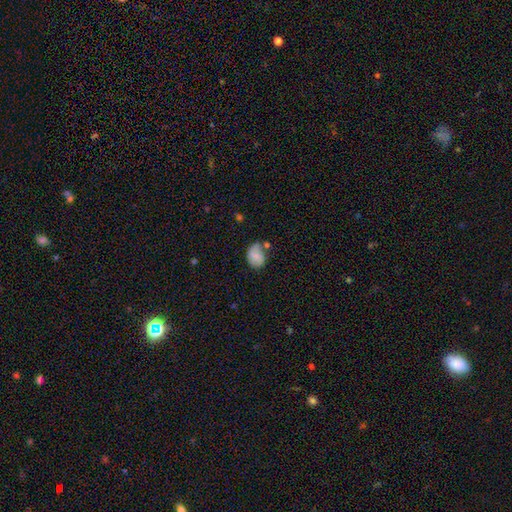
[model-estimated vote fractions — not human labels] Overall: smooth (73%). How rounded: in between (64%; round 35%). Merging: none (48%; minor disturbance 29%).